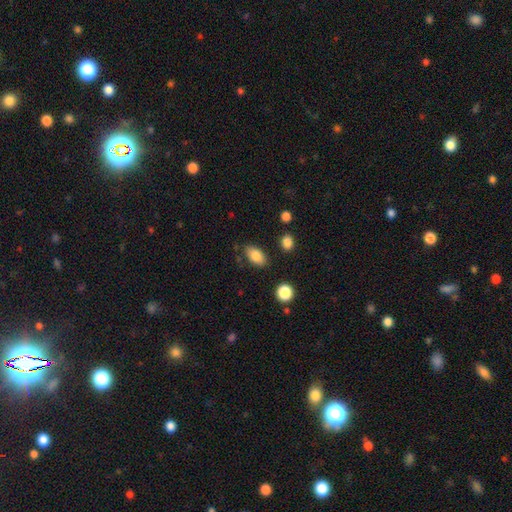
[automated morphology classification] A smooth galaxy with no disk features (85%) that is in between round and cigar-shaped (91%).

Vote fractions:
- Smooth or featured? smooth: 85% / star or artifact: 8% / featured or disk: 7%
- How rounded? in between: 91% / round: 7% / cigar-shaped: 3%
- Merging? none: 80% / minor disturbance: 13% / major disturbance: 3% / merger: 3%